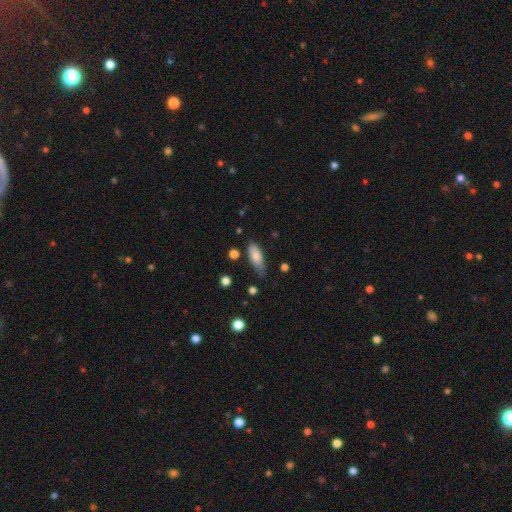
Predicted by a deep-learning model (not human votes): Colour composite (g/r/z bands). It shows a smooth galaxy with no disk features (81%) that is in between round and cigar-shaped (71%). Merging: none (63%).